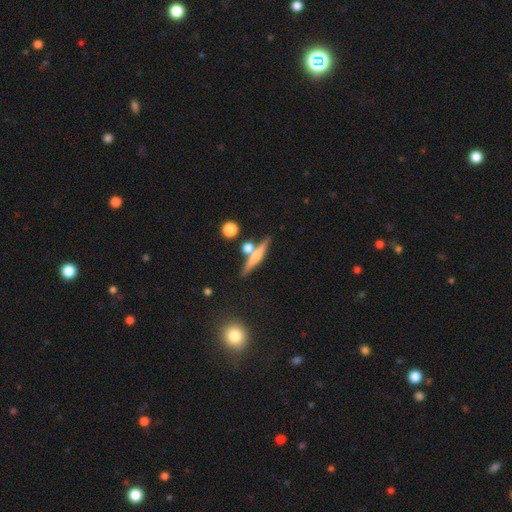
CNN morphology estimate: The model was most divided on "smooth or featured": smooth: 47%, featured or disk: 44%, star or artifact: 9%. More confident: merging — none (72%).